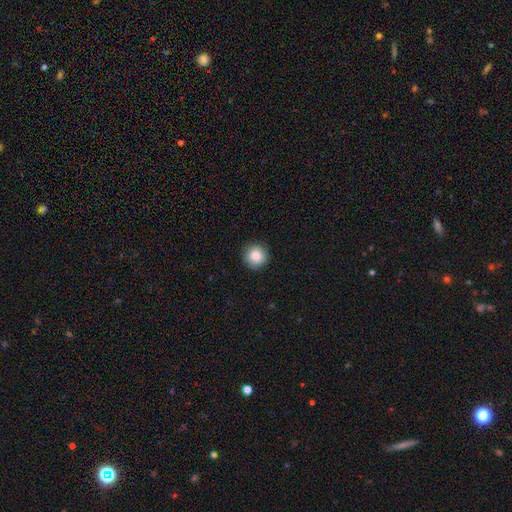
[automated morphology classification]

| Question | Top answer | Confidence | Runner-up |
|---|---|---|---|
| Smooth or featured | smooth | 84% | star or artifact (9%) |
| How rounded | round | 95% | in between (4%) |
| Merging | none | 90% | minor disturbance (7%) |